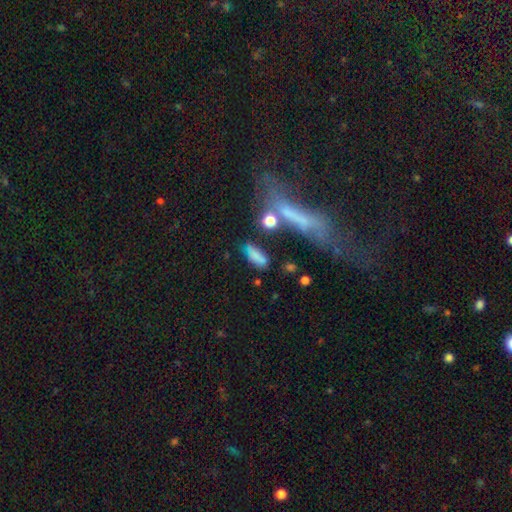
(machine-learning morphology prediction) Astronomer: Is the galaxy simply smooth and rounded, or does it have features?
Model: smooth — 73%.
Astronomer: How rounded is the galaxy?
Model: in between — 51% (runner-up: cigar-shaped, 43%).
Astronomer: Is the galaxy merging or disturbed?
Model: none — 55%.